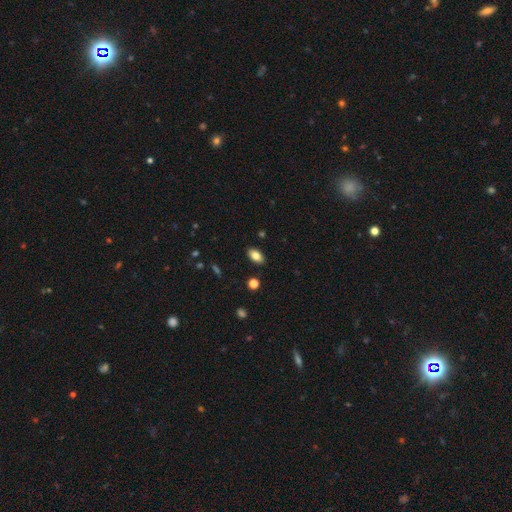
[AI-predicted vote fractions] This appears to be a smooth galaxy with no disk features (81%) that is in between round and cigar-shaped (92%). Merging: none (87%).